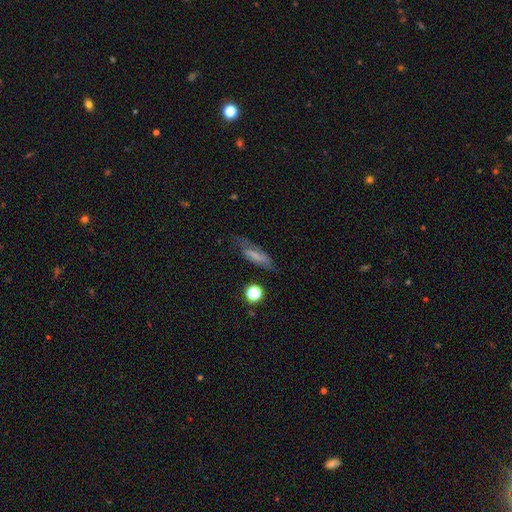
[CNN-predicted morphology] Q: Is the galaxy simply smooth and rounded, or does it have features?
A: smooth — 55%.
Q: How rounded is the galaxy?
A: cigar-shaped — 48%, tied with in between.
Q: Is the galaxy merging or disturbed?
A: none — 64%.